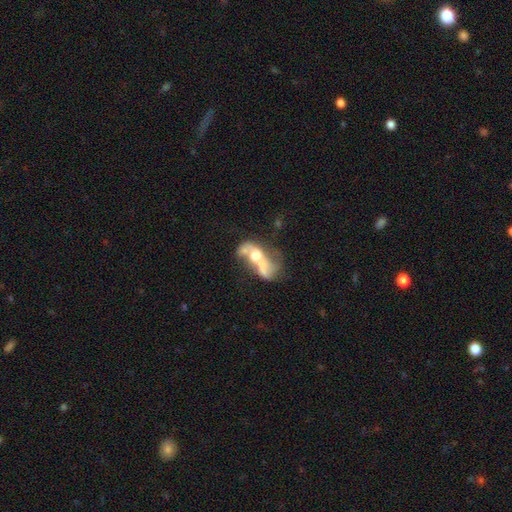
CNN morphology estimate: This appears to be a featured or disk galaxy (62%) with no bar (73%), no spiral arms (62%) and a moderate central bulge (48%). Merging: merger (48%).